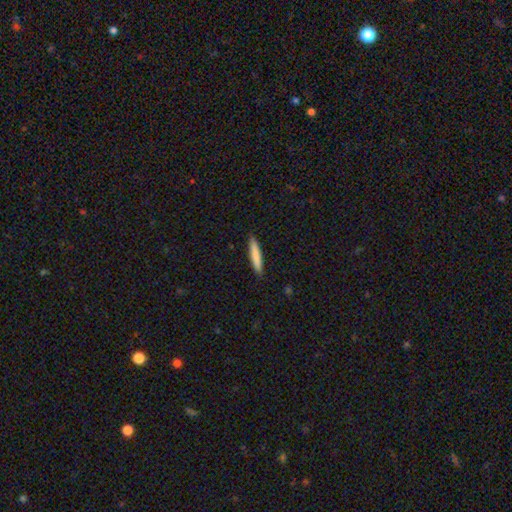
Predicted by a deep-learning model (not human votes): Smooth or featured: smooth — 82% (featured or disk — 13%)
How rounded: cigar-shaped — 91% (in between — 8%)
Merging: none — 90% (minor disturbance — 7%)